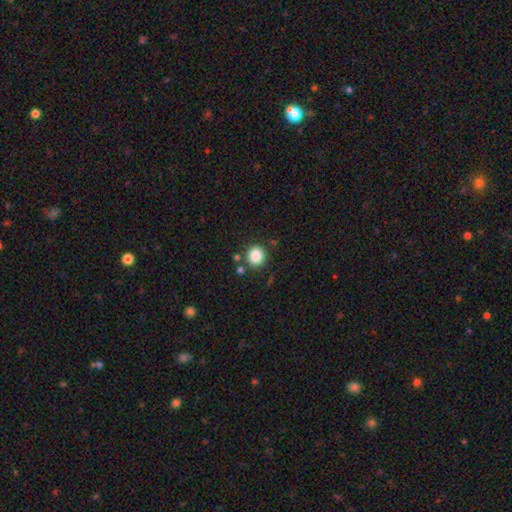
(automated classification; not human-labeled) Smooth or featured? smooth (86%)
How rounded? round (85%)
Merging? none (82%)